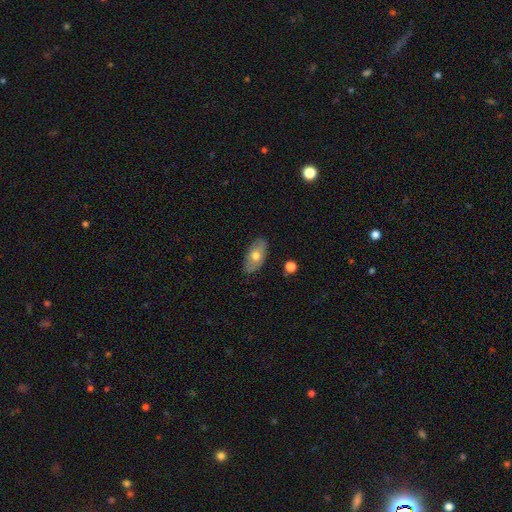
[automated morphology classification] smooth 63%, featured or disk 31%, star or artifact 7%. Down the decision tree: how rounded — in between (91%); merging — none (83%).